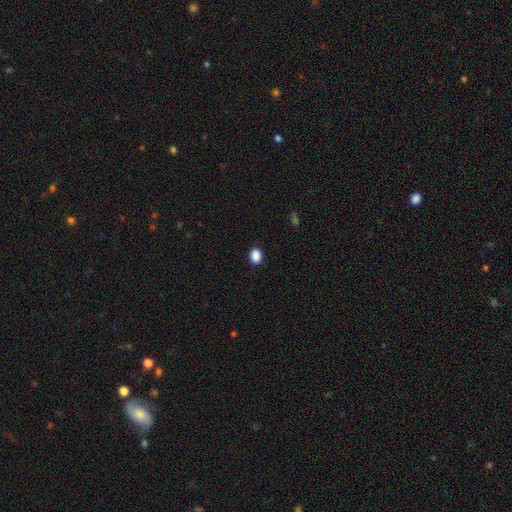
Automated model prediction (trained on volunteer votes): smooth-or-featured: smooth: 89% | star or artifact: 9% | featured or disk: 2%
  how-rounded: in between: 65% | round: 33% | cigar-shaped: 1%
  merging: none: 89% | minor disturbance: 8% | major disturbance: 2% | merger: 1%